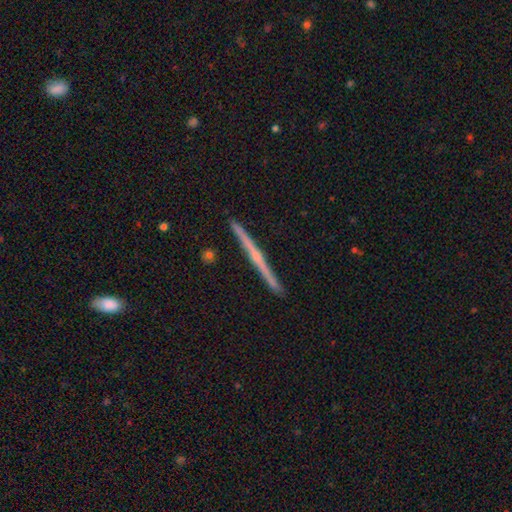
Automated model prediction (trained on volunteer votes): This appears to be a featured or disk galaxy (76%) viewed edge-on (98%) with a rounded central bulge (53%). Merging: none (92%).